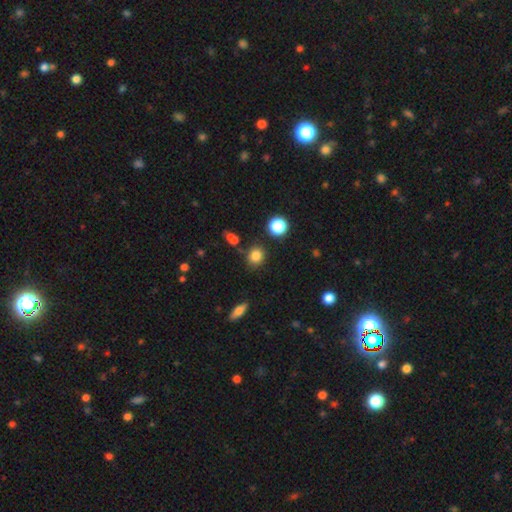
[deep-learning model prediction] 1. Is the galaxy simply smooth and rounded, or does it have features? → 82% smooth, 13% star or artifact, 5% featured or disk.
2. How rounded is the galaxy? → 79% round, 19% in between, 1% cigar-shaped.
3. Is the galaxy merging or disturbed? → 82% none, 10% minor disturbance, 5% merger, 3% major disturbance.